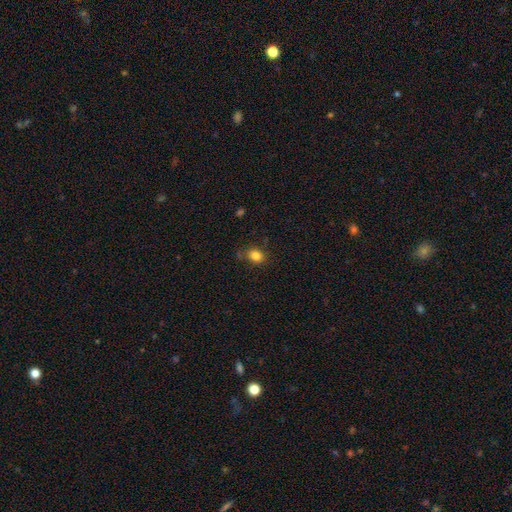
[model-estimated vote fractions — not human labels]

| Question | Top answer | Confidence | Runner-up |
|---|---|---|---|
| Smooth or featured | smooth | 84% | star or artifact (11%) |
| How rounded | in between | 51% | round (48%) |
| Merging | none | 79% | minor disturbance (14%) |